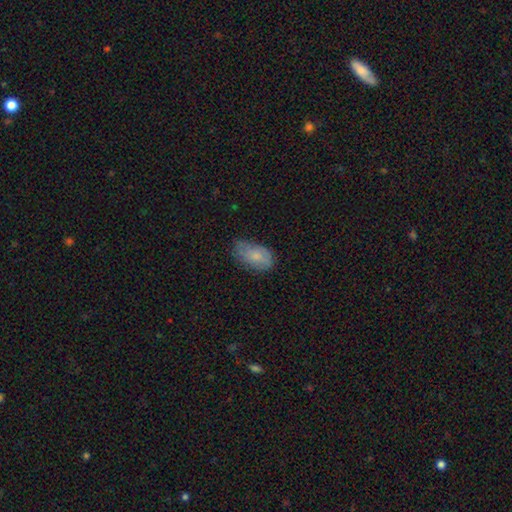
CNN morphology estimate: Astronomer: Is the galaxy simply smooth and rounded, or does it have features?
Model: smooth — 71%.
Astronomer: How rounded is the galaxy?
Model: in between — 92%.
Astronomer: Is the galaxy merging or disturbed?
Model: none — 53% (runner-up: minor disturbance, 37%).